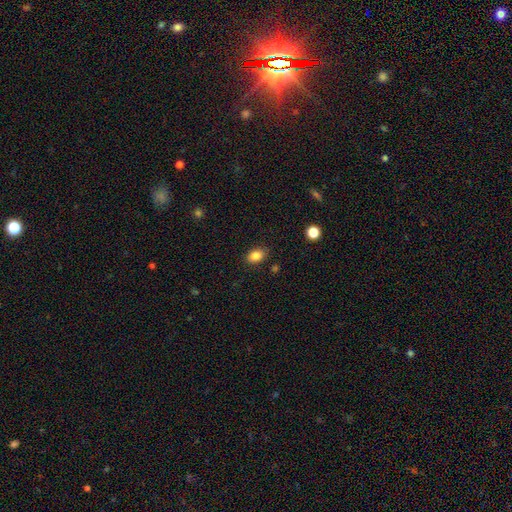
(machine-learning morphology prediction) smooth_or_featured: smooth (p=0.85) [alt: star or artifact p=0.10]
how_rounded: in between (p=0.77) [alt: round p=0.22]
merging: none (p=0.87) [alt: minor disturbance p=0.09]